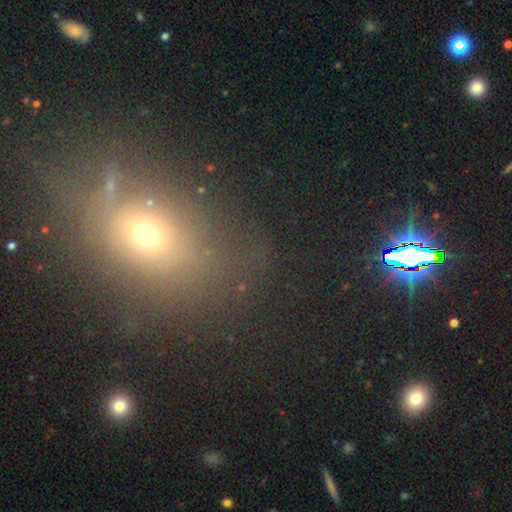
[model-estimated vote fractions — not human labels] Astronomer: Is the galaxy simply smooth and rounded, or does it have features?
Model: smooth — 46% (runner-up: star or artifact, 39%).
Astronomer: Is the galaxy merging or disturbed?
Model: none — 68%.